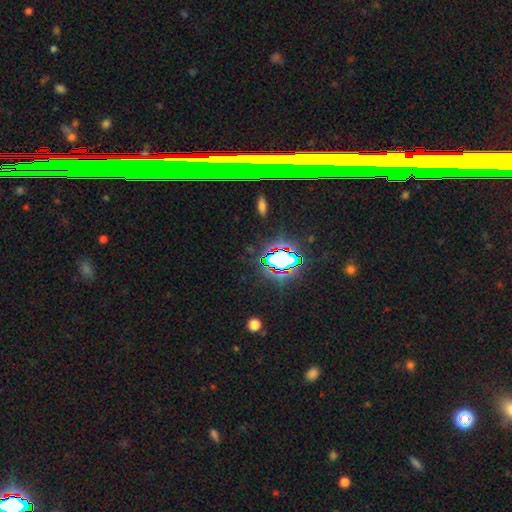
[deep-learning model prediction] Morphology: type=star or artifact (73%).